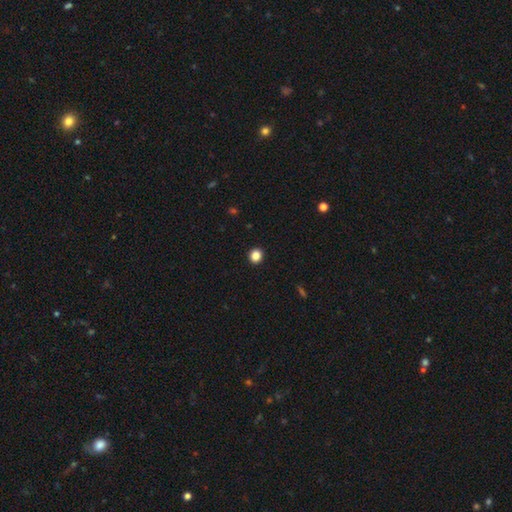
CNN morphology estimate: smooth-or-featured: smooth: 86% | star or artifact: 11% | featured or disk: 3%
  how-rounded: round: 86% | in between: 13% | cigar-shaped: 1%
  merging: none: 93% | minor disturbance: 4% | major disturbance: 1% | merger: 1%